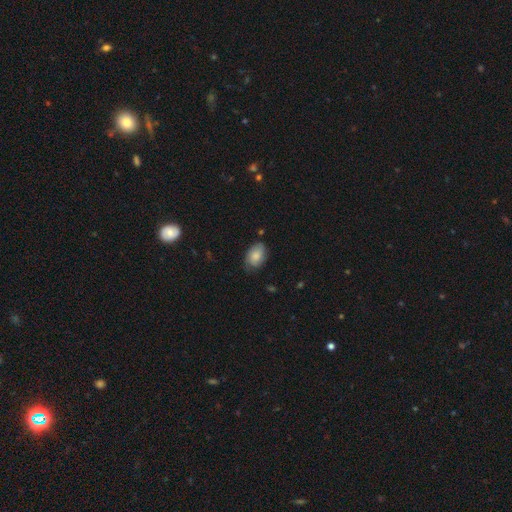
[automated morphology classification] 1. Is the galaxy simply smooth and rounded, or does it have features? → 77% smooth, 16% featured or disk, 7% star or artifact.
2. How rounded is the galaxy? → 86% in between, 13% round, 1% cigar-shaped.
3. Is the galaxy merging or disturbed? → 68% none, 26% minor disturbance, 5% major disturbance, 1% merger.